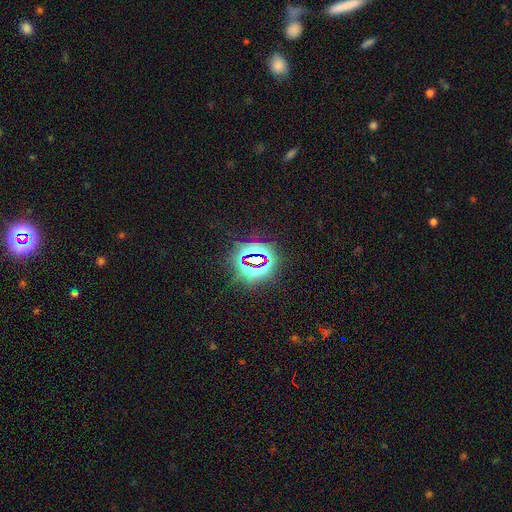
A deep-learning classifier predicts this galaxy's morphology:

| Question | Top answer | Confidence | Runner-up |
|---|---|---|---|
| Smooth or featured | star or artifact | 80% | smooth (13%) |